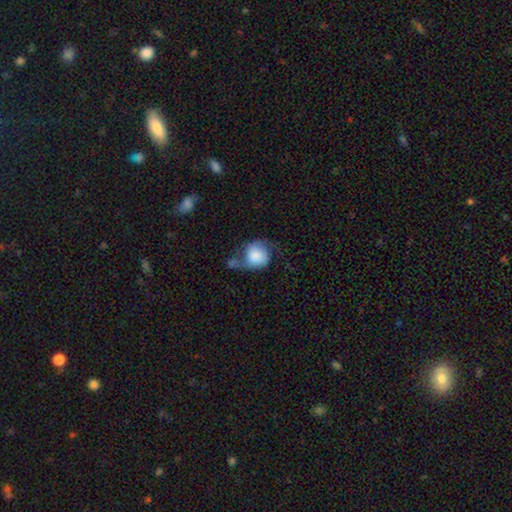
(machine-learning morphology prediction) Smooth or featured?
  - smooth: 56% *
  - featured or disk: 36%
  - star or artifact: 8%
How rounded?
  - round: 74% *
  - in between: 25%
  - cigar-shaped: 1%
Merging?
  - none: 33% *
  - minor disturbance: 27%
  - major disturbance: 26%
  - merger: 13%